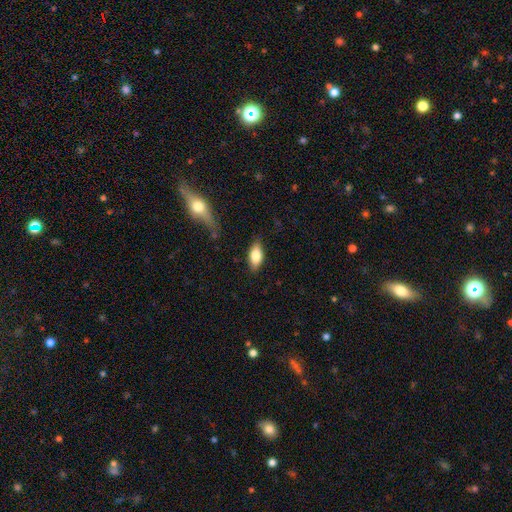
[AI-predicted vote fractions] Smooth or featured? smooth (78%)
How rounded? in between (87%)
Merging? none (80%)